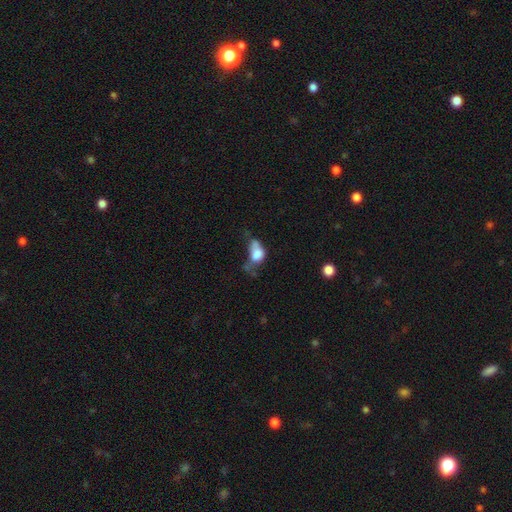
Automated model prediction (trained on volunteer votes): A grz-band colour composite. It shows a smooth galaxy with no disk features (67%) that is in between round and cigar-shaped (76%). Merging: major disturbance (35%).